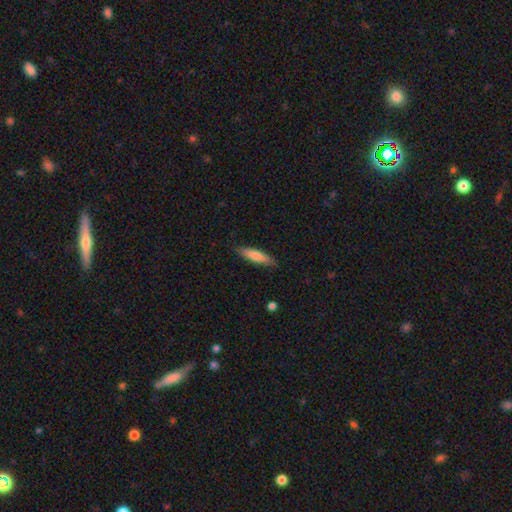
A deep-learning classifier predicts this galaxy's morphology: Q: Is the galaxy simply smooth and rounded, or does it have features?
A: smooth — 73%.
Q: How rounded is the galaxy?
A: cigar-shaped — 76%.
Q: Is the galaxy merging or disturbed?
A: none — 86%.